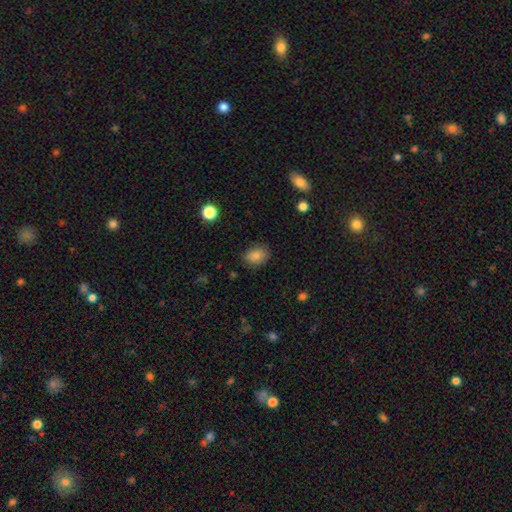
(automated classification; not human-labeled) A smooth galaxy with no disk features (83%) that is in between round and cigar-shaped (69%). Merging: none (83%).